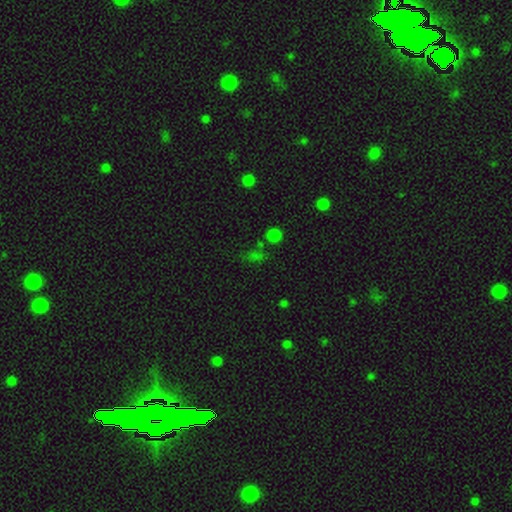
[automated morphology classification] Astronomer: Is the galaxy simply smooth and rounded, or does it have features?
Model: star or artifact — 57% (runner-up: smooth, 34%).